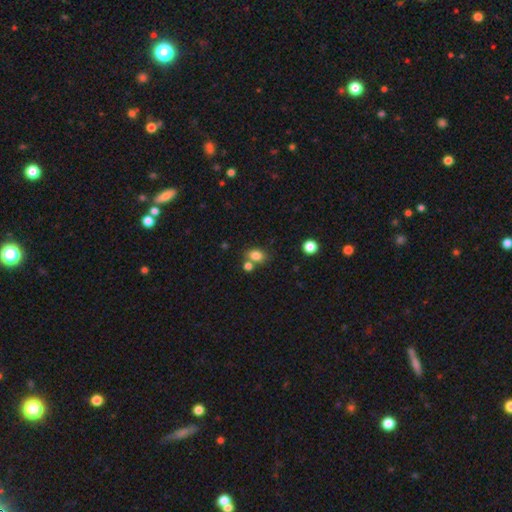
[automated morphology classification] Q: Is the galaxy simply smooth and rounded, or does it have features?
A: smooth — 82%.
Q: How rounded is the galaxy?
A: in between — 64%.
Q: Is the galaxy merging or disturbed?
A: none — 59%.